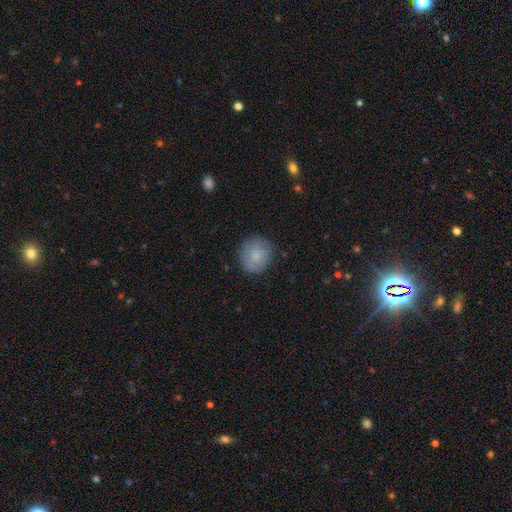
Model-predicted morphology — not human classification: This appears to be a smooth galaxy with no disk features (77%) that is round (84%). Merging: none (83%).